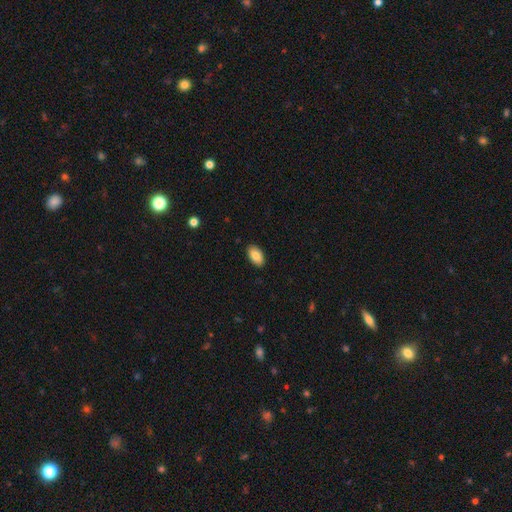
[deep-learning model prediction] Smooth or featured? Predicted: smooth (p=0.84). How rounded? Predicted: in between (p=0.94). Merging? Predicted: none (p=0.89).